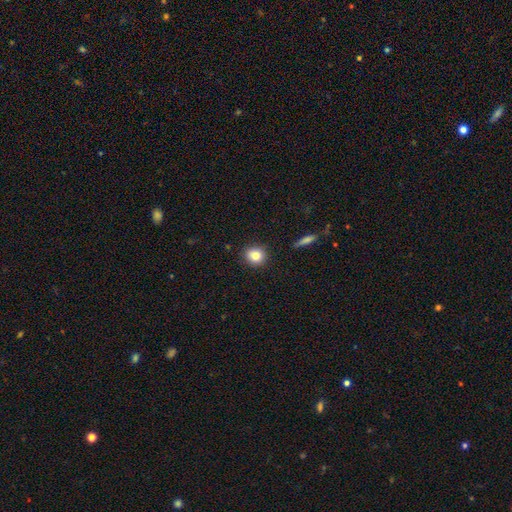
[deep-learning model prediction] Overall: smooth (82%). How rounded: round (80%). Merging: none (89%).